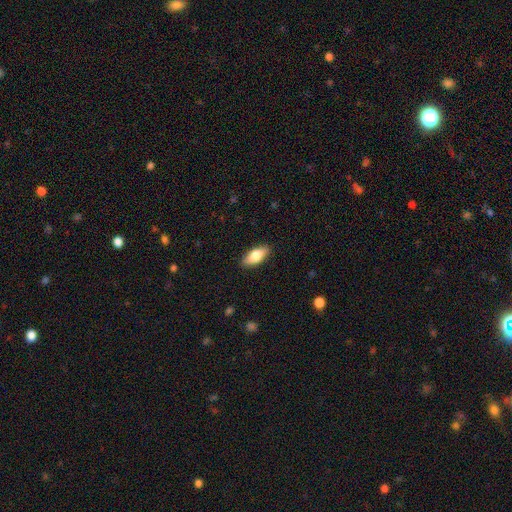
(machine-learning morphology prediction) This appears to be a smooth galaxy with no disk features (75%) that is in between round and cigar-shaped (82%). Merging: none (88%).